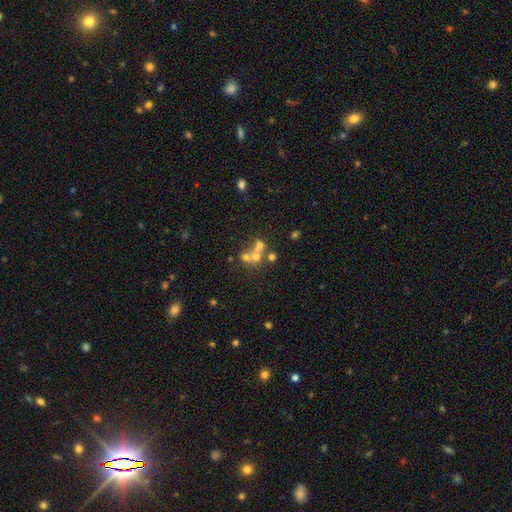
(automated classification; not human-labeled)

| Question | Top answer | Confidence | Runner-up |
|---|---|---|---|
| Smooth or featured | smooth | 41% | featured or disk (33%) |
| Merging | merger | 49% | none (36%) |